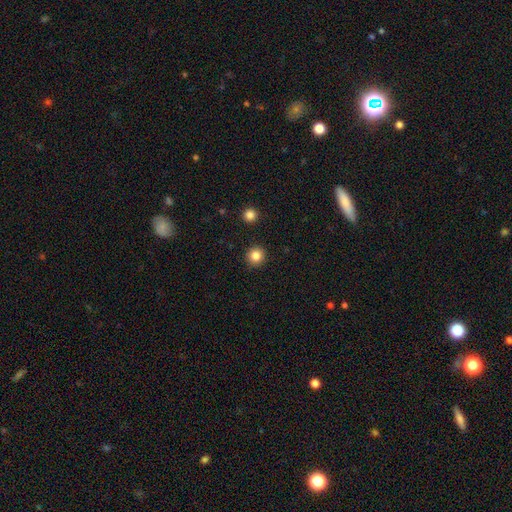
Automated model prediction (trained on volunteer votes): A smooth galaxy with no disk features (84%) that is round (94%). Merging: none (92%).